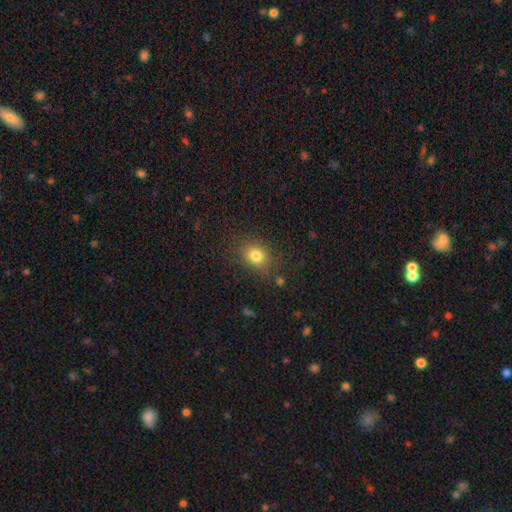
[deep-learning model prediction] A smooth galaxy with no disk features (79%) that is round (61%).

Vote fractions:
- Smooth or featured? smooth: 79% / star or artifact: 13% / featured or disk: 8%
- How rounded? round: 61% / in between: 38% / cigar-shaped: 1%
- Merging? none: 82% / minor disturbance: 12% / major disturbance: 5% / merger: 2%